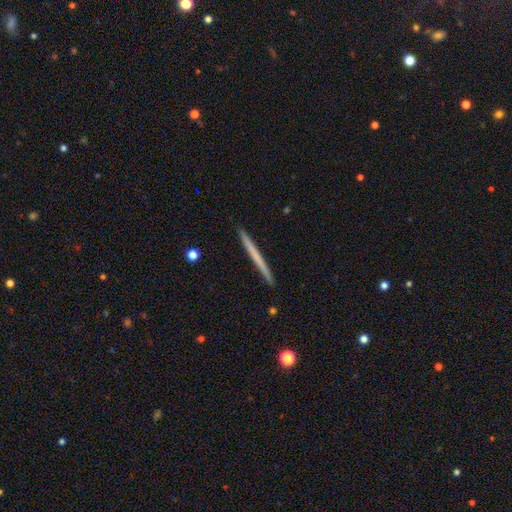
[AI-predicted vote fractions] Q: Smooth or featured?
A: smooth (52%); runner-up: featured or disk (43%)
Q: How rounded?
A: cigar-shaped (97%); runner-up: in between (1%)
Q: Merging?
A: none (93%); runner-up: minor disturbance (5%)